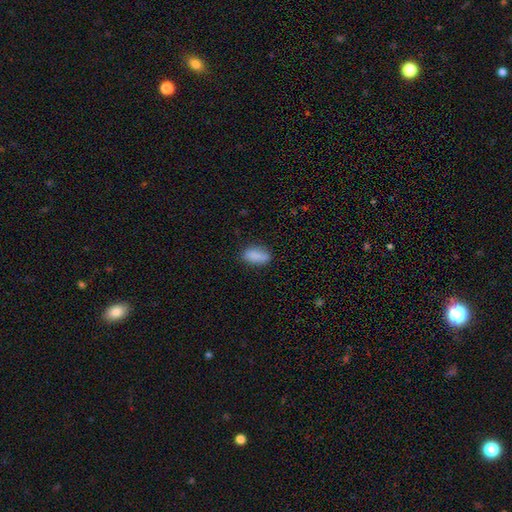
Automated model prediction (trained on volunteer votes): Morphology: type=smooth (85%); roundness=in between (86%); merging=none (76%).